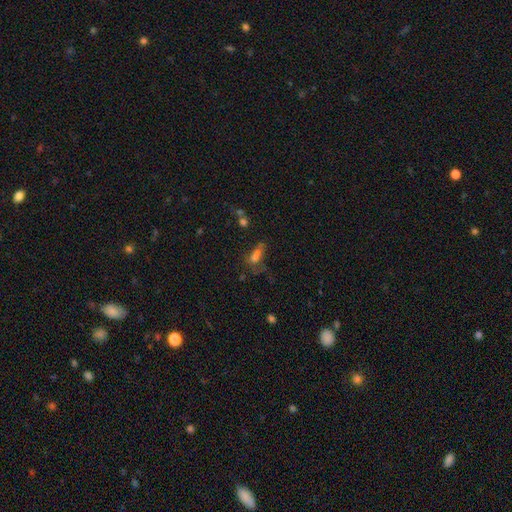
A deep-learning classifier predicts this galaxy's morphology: Smooth or featured? smooth (52%)
How rounded? in between (61%)
Merging? none (38%)